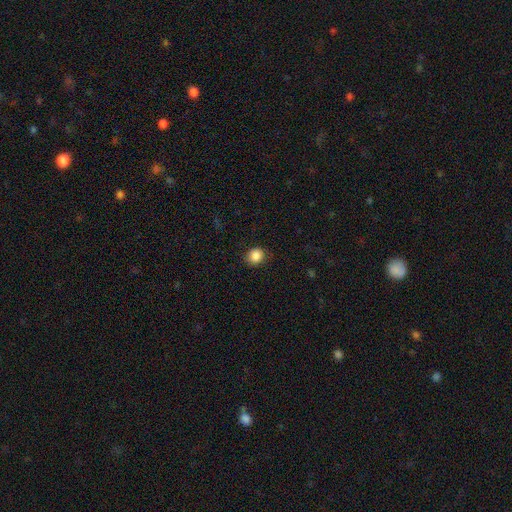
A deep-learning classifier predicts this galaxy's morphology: A smooth galaxy with no disk features (87%) that is round (78%).

Vote fractions:
- Smooth or featured? smooth: 87% / star or artifact: 9% / featured or disk: 3%
- How rounded? round: 78% / in between: 21% / cigar-shaped: 1%
- Merging? none: 86% / minor disturbance: 10% / major disturbance: 3% / merger: 1%